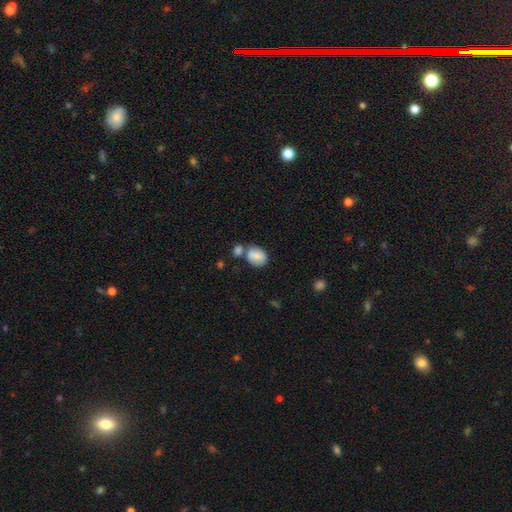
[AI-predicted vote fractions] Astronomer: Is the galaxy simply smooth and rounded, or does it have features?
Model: smooth — 80%.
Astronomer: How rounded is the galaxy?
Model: in between — 53% (runner-up: round, 46%).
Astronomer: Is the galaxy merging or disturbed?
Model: none — 49% (runner-up: merger, 31%).